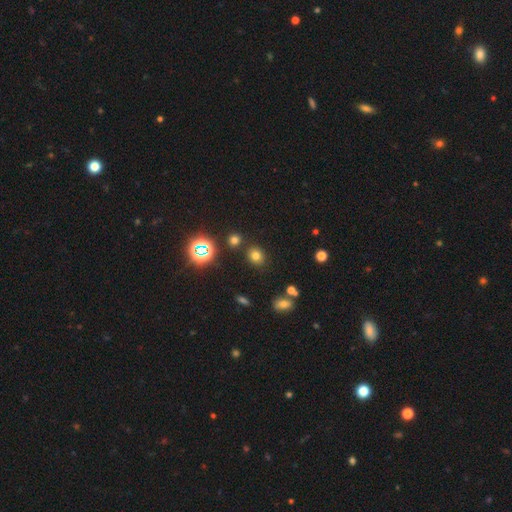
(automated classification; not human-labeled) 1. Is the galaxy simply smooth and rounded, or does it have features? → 69% smooth, 24% star or artifact, 8% featured or disk.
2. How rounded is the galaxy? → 65% round, 34% in between, 1% cigar-shaped.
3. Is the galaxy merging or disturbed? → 81% none, 9% minor disturbance, 7% merger, 3% major disturbance.